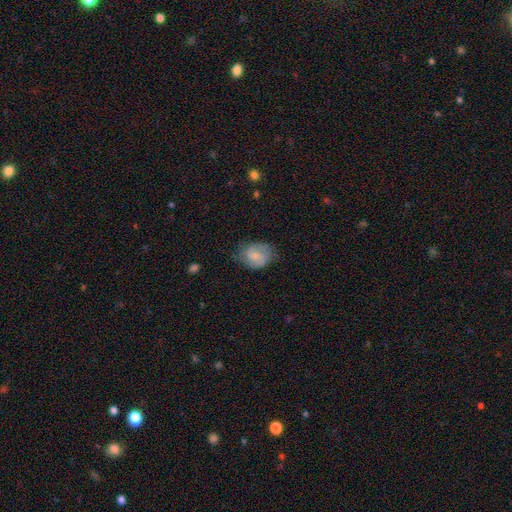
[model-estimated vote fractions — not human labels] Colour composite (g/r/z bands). It shows a smooth galaxy with no disk features (47%). Merging: none (63%).